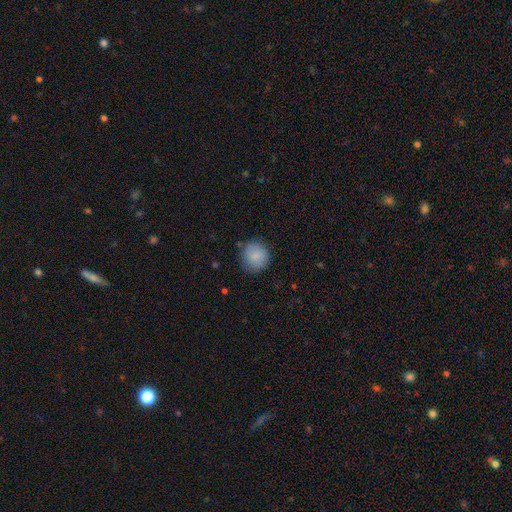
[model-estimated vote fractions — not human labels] Smooth or featured? smooth (86%)
How rounded? round (88%)
Merging? none (82%)